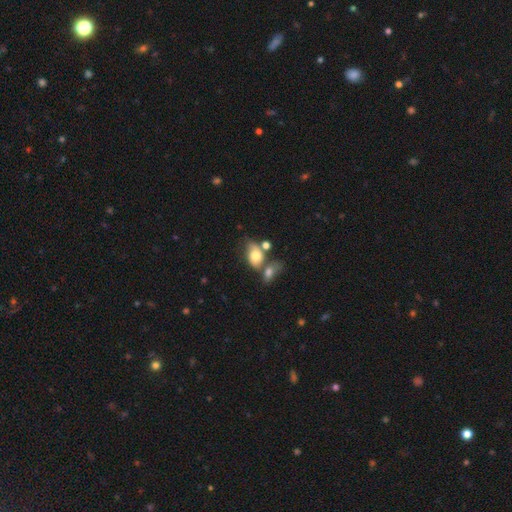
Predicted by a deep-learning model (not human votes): The model was most divided on "merging": merger: 40%, none: 32%, minor disturbance: 18%, major disturbance: 11%. More confident: how rounded — in between (81%); smooth or featured — smooth (71%).